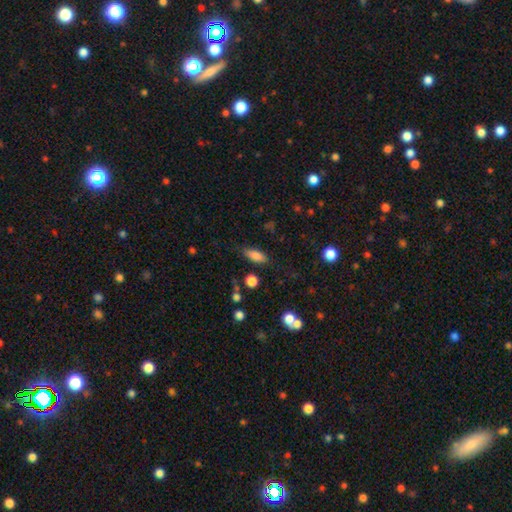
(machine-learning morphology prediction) The model was most divided on "how rounded": in between: 76%, cigar-shaped: 21%, round: 4%. More confident: smooth or featured — smooth (82%); merging — none (79%).